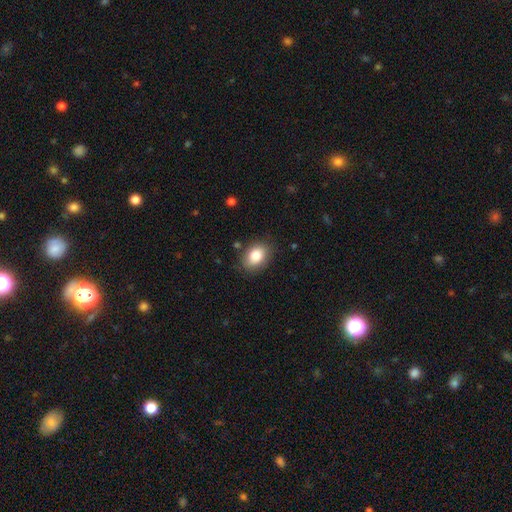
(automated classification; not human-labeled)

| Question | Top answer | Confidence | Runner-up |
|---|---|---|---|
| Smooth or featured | smooth | 83% | featured or disk (9%) |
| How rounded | in between | 75% | round (24%) |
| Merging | none | 82% | minor disturbance (13%) |